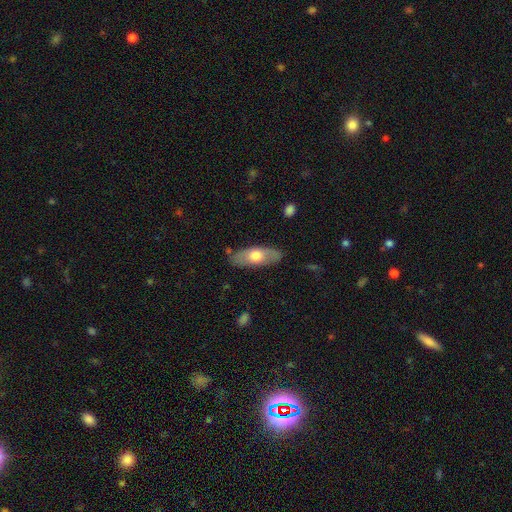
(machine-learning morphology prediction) Overall: smooth (59%; featured or disk 36%). How rounded: in between (72%). Merging: none (83%).